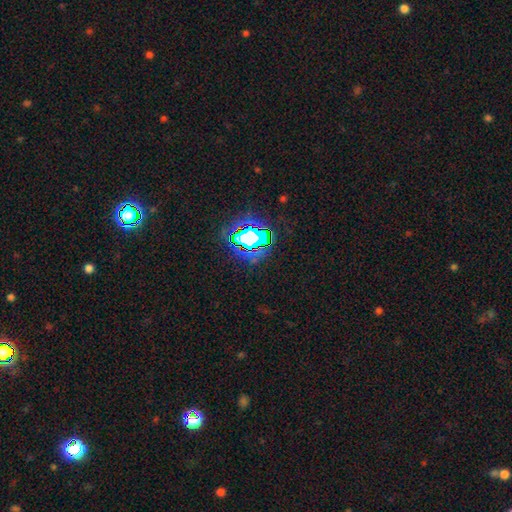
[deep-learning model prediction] This appears to be a star or artifact, not a galaxy (81%).